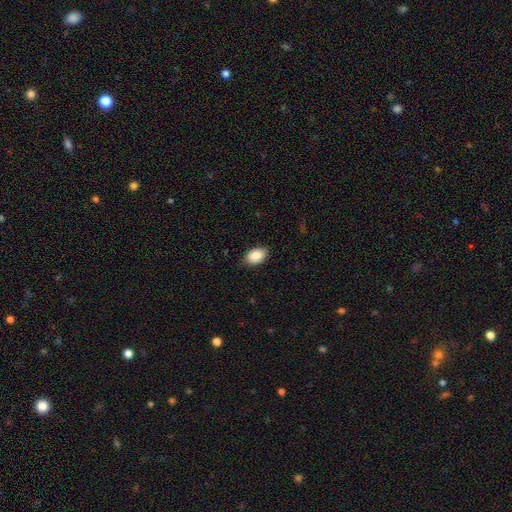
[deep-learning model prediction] Smooth or featured? smooth (88%)
How rounded? in between (91%)
Merging? none (86%)